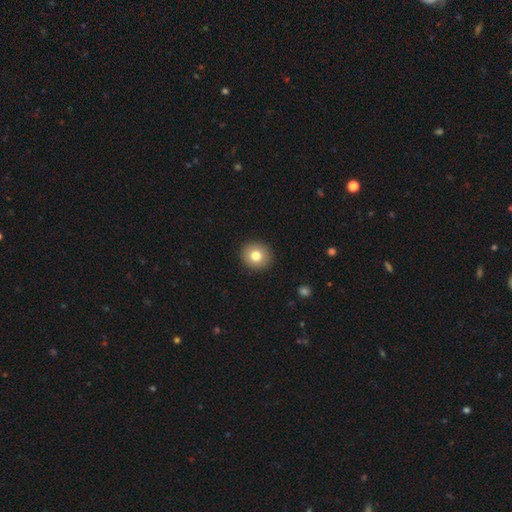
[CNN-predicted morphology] A smooth galaxy with no disk features (79%) that is round (88%). Merging: none (91%).